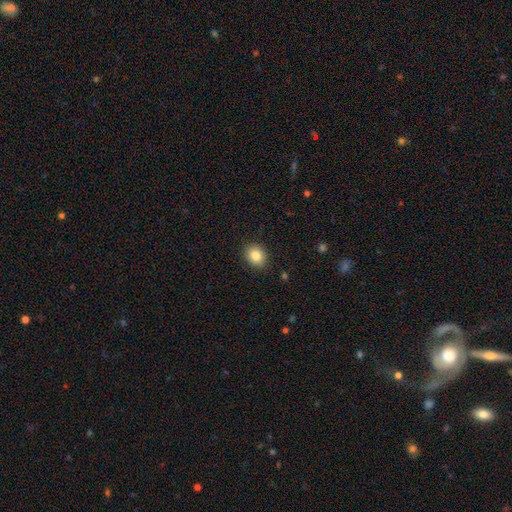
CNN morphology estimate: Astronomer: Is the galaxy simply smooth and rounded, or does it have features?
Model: smooth — 85%.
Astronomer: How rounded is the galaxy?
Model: round — 53% (runner-up: in between, 47%).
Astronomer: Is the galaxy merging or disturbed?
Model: none — 89%.